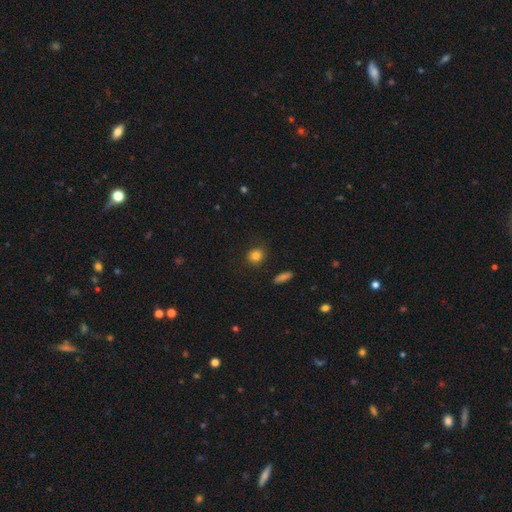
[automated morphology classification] This appears to be a smooth galaxy with no disk features (83%) that is round (80%). Merging: none (86%).